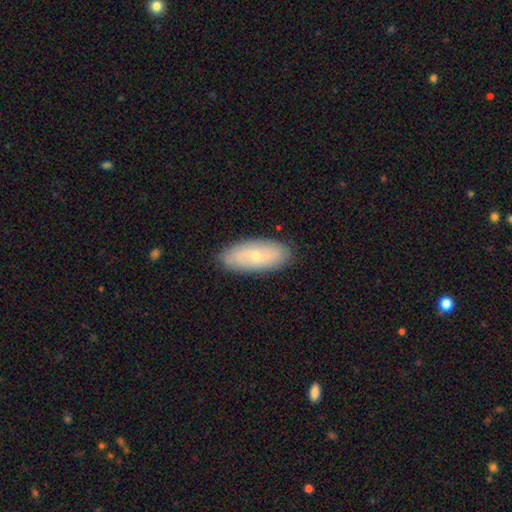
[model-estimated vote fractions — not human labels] Smooth or featured: smooth — 56% (featured or disk — 37%)
How rounded: in between — 82% (cigar-shaped — 15%)
Merging: none — 87% (minor disturbance — 10%)